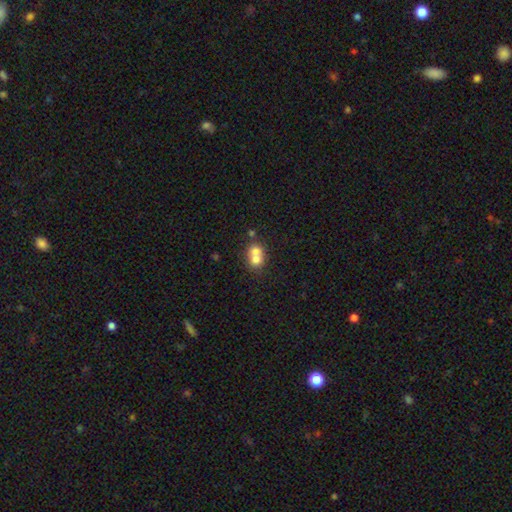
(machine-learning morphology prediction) This appears to be a smooth galaxy with no disk features (68%) that is round (70%). Merging: merger (68%).